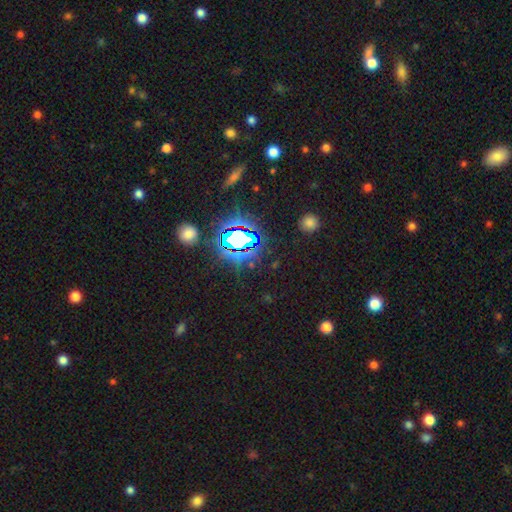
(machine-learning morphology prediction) smooth-or-featured: star or artifact: 82% | smooth: 11% | featured or disk: 7%